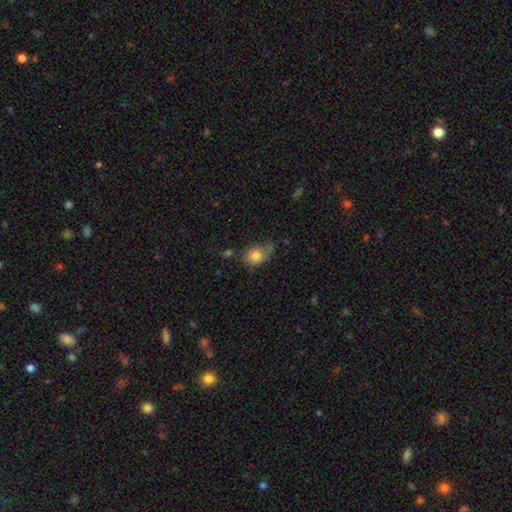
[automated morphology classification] The model was most divided on "merging" (2-way tie): none: 37%, minor disturbance: 37%, major disturbance: 20%, merger: 6%. More confident: smooth or featured — smooth (78%); how rounded — in between (59%).